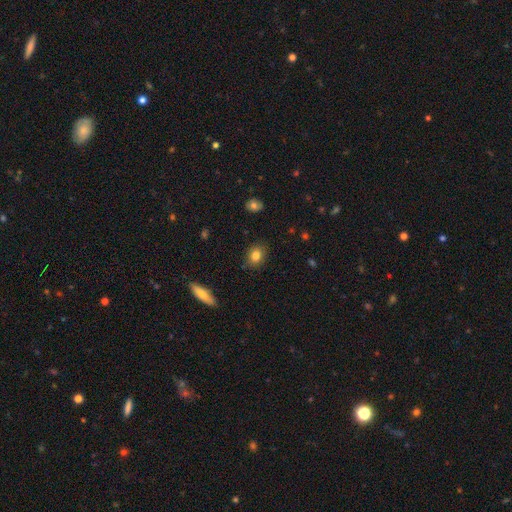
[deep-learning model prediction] This appears to be a smooth galaxy with no disk features (82%) that is round (55%). Merging: none (87%).